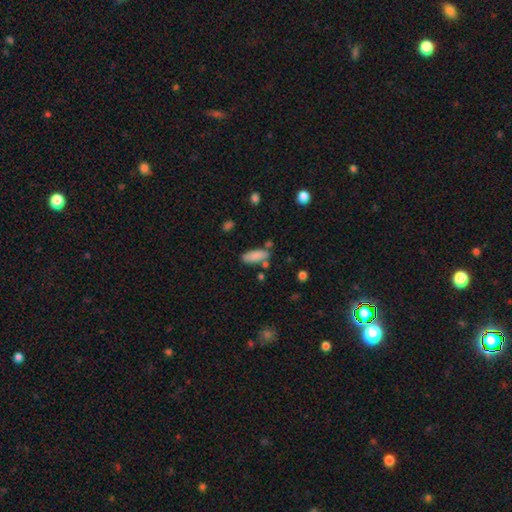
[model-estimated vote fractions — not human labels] This is clearly a smooth galaxy (85%). How rounded: likely in between (63%). Merging: likely none (72%).